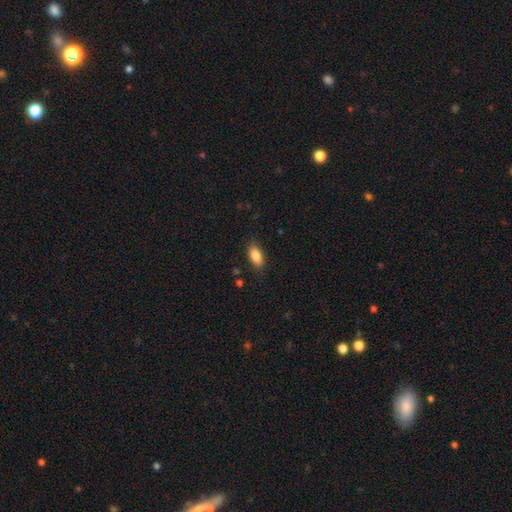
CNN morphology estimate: A smooth galaxy with no disk features (86%) that is in between round and cigar-shaped (88%).

Vote fractions:
- Smooth or featured? smooth: 86% / star or artifact: 7% / featured or disk: 7%
- How rounded? in between: 88% / cigar-shaped: 8% / round: 4%
- Merging? none: 84% / minor disturbance: 12% / major disturbance: 3% / merger: 1%